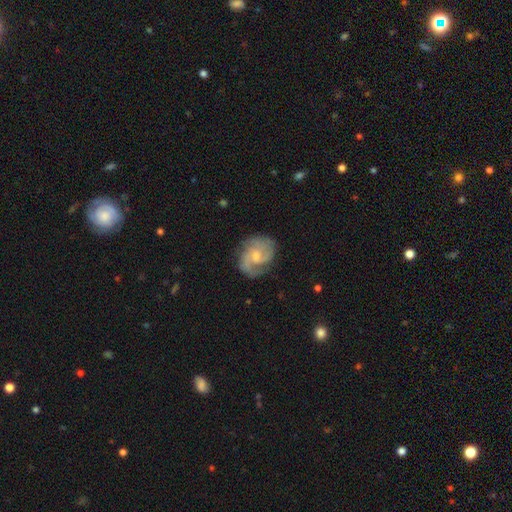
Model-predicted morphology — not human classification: featured or disk 81%, smooth 14%, star or artifact 5%. Down the decision tree: edge-on disk — no (98%); bar — no (50%); spiral arms — yes (95%); spiral arm count — 2 (58%); spiral winding — medium (50%); bulge size — small (53%); merging — none (68%).